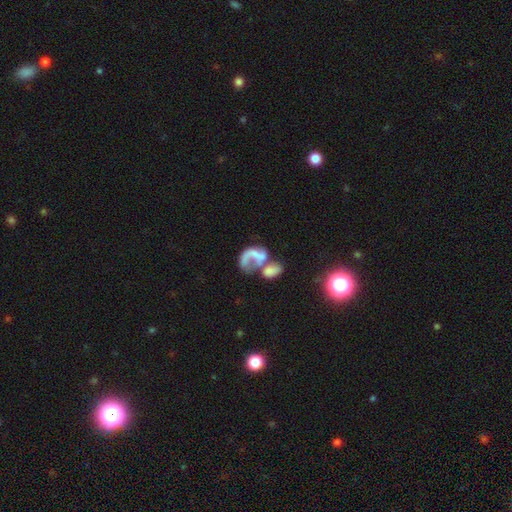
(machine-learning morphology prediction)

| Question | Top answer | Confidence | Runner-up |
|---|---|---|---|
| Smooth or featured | featured or disk | 51% | smooth (38%) |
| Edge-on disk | no | 97% | yes (3%) |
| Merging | merger | 51% | major disturbance (27%) |